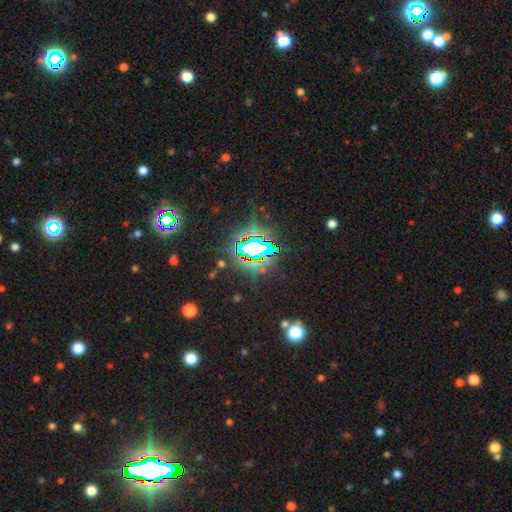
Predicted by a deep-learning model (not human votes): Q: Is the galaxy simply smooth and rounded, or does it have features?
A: star or artifact — 81%.